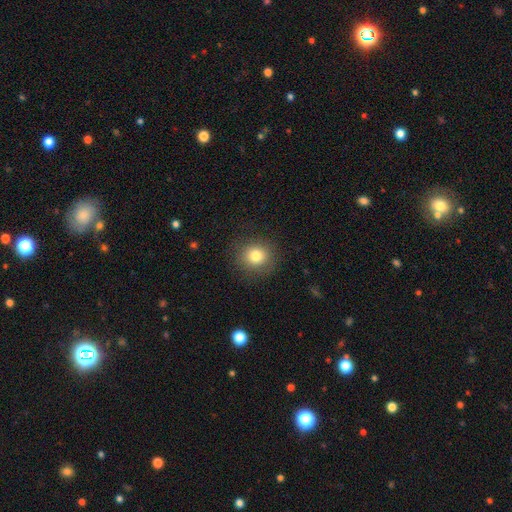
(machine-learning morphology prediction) smooth 80%, star or artifact 12%, featured or disk 9%. Down the decision tree: how rounded — round (89%); merging — none (87%).